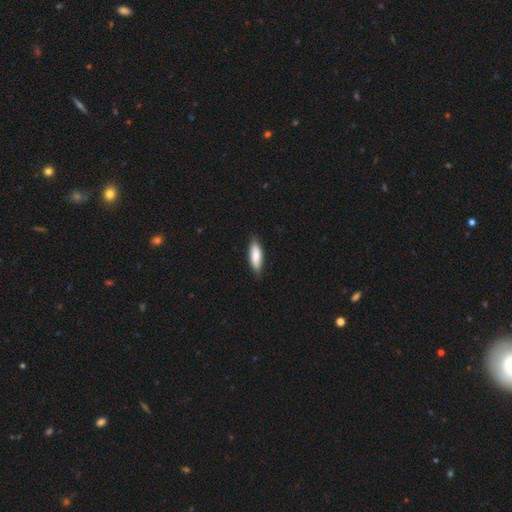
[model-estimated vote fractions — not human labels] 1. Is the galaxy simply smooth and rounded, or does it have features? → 79% smooth, 15% featured or disk, 5% star or artifact.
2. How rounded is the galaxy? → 55% in between, 43% cigar-shaped, 2% round.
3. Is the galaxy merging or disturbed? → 82% none, 15% minor disturbance, 2% major disturbance, 1% merger.